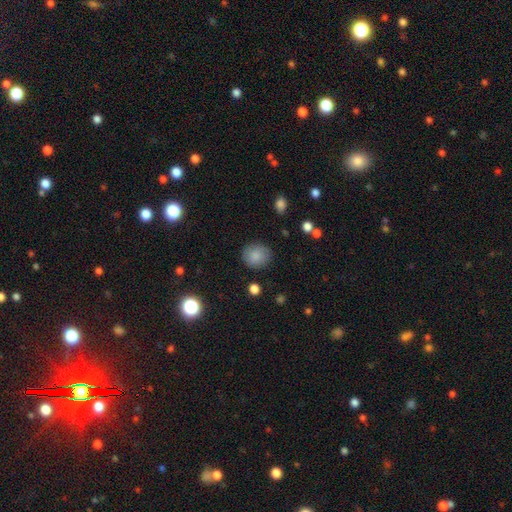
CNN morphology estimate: This appears to be a smooth galaxy with no disk features (85%) that is round (80%). Merging: none (85%).